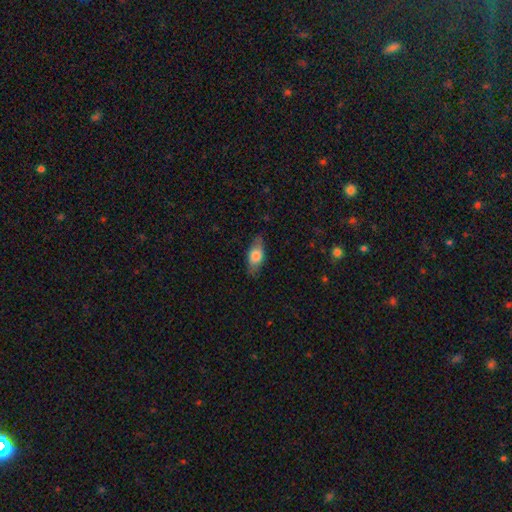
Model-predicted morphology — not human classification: Q: Smooth or featured?
A: smooth (68%); runner-up: featured or disk (25%)
Q: How rounded?
A: in between (79%); runner-up: cigar-shaped (16%)
Q: Merging?
A: none (79%); runner-up: minor disturbance (16%)